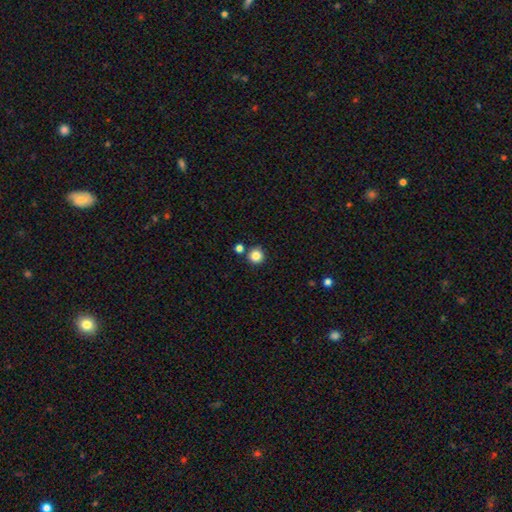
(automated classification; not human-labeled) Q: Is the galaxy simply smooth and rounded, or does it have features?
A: smooth — 84%.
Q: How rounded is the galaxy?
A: round — 95%.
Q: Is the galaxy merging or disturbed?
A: none — 83%.